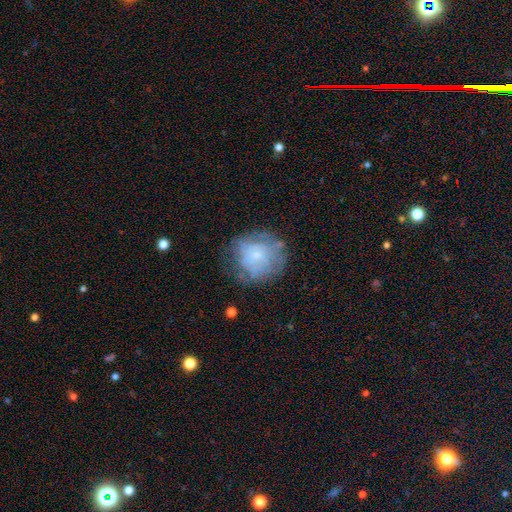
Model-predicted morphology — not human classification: This appears to be a smooth galaxy with no disk features (45%, tied with featured or disk). Merging: none (58%).